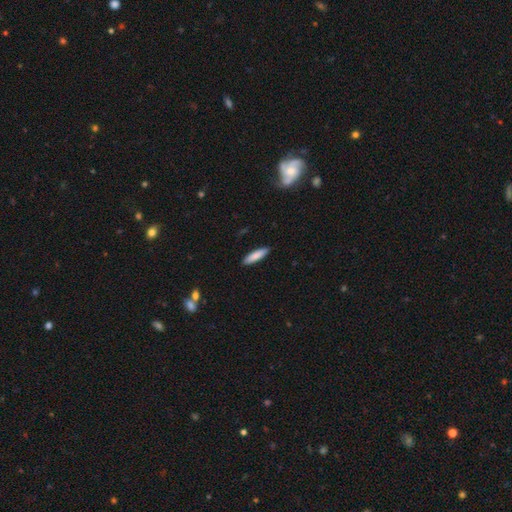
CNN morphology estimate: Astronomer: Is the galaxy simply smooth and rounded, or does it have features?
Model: smooth — 85%.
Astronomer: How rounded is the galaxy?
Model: cigar-shaped — 72%.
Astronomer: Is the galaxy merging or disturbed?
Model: none — 89%.